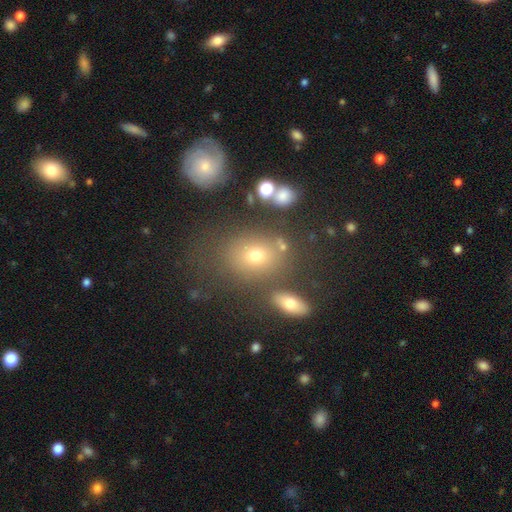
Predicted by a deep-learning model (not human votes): Smooth or featured: smooth — 60% (star or artifact — 21%)
How rounded: in between — 53% (round — 45%)
Merging: none — 63% (minor disturbance — 16%)